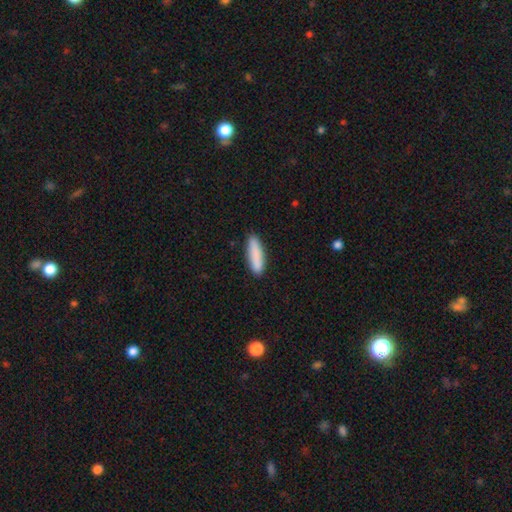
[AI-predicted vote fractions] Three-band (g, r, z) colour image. It shows a smooth galaxy with no disk features (87%) that is cigar-shaped (68%). Merging: none (87%).